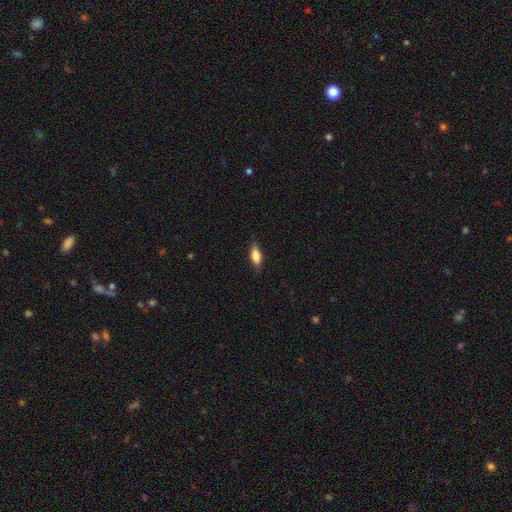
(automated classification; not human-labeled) smooth_or_featured: smooth (p=0.74) [alt: featured or disk p=0.19]
how_rounded: in between (p=0.68) [alt: cigar-shaped p=0.29]
merging: none (p=0.83) [alt: minor disturbance p=0.13]